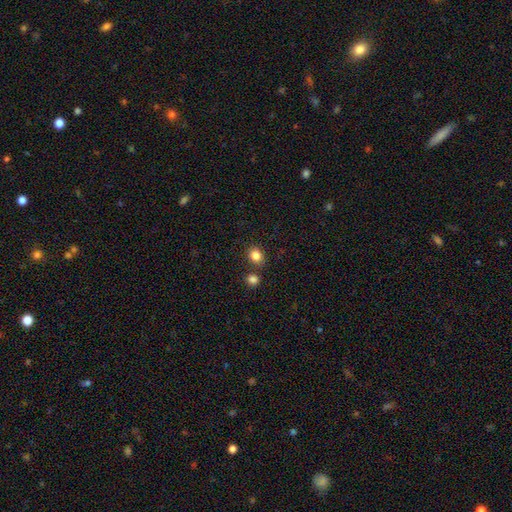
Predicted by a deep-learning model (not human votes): Smooth or featured? Predicted: smooth (p=0.84). How rounded? Predicted: round (p=0.63). Merging? Predicted: none (p=0.76).